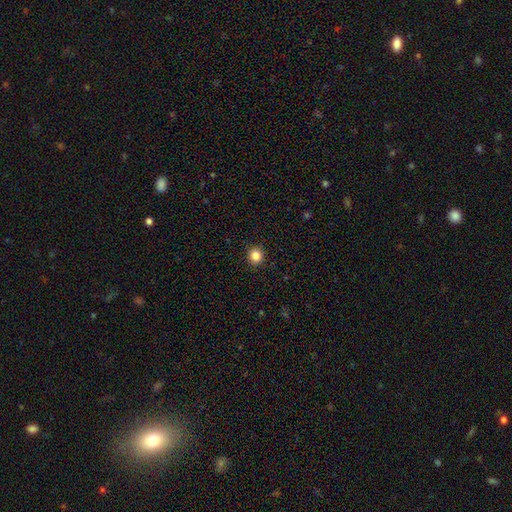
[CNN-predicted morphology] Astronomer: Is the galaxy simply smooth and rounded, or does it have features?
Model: smooth — 84%.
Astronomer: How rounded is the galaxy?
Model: round — 92%.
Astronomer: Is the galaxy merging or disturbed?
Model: none — 92%.